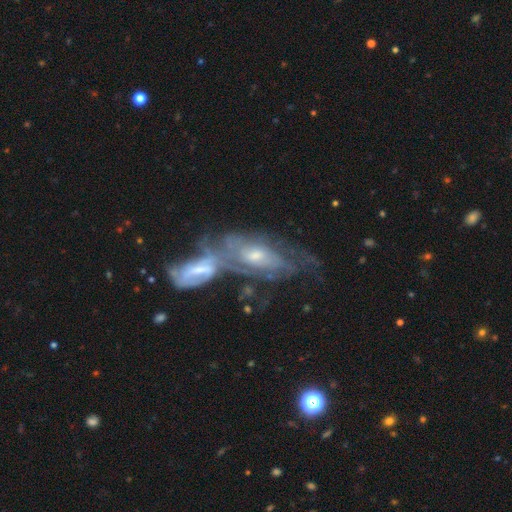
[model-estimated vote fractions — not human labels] smooth-or-featured: featured or disk: 74% | smooth: 20% | star or artifact: 7%
  disk-edge-on: no: 88% | yes: 12%
    bar: no: 61% | weak: 30% | strong: 9%
    has-spiral-arms: yes: 75% | no: 25%
    bulge-size: moderate: 48% | small: 41% | large: 5% | none: 4% | dominant: 1%
  merging: merger: 61% | none: 16% | major disturbance: 13% | minor disturbance: 10%